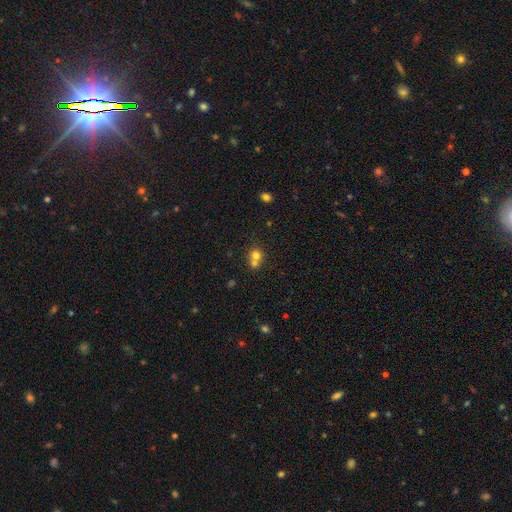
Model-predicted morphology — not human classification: This appears to be a smooth galaxy with no disk features (71%) that is round (84%). Merging: merger (52%).